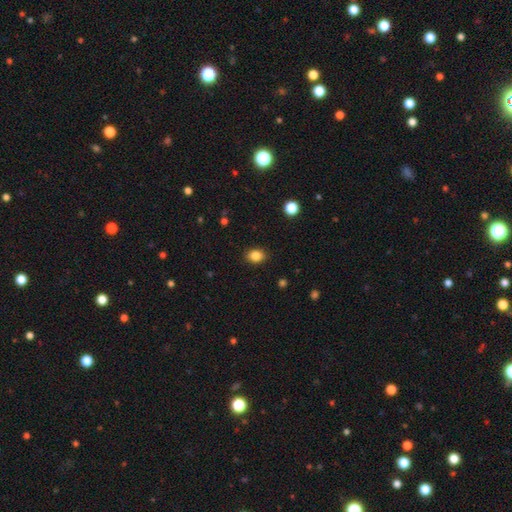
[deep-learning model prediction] smooth_or_featured: smooth (p=0.85) [alt: star or artifact p=0.10]
how_rounded: in between (p=0.60) [alt: round p=0.39]
merging: none (p=0.88) [alt: minor disturbance p=0.09]